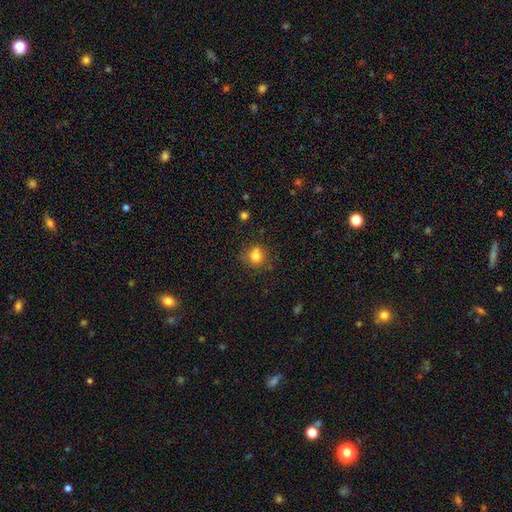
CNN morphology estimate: type=smooth (80%); roundness=round (78%); merging=none (72%).